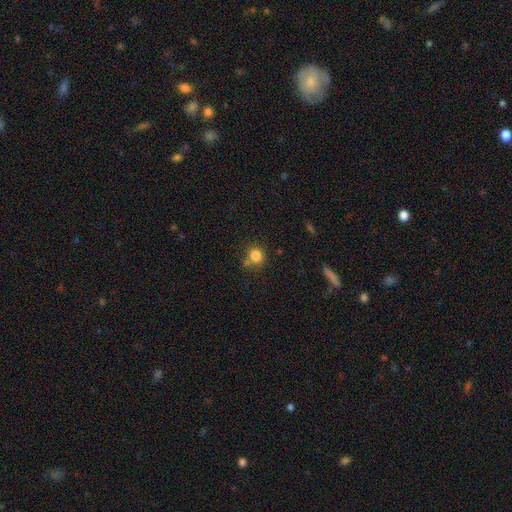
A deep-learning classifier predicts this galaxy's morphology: Q: Smooth or featured?
A: smooth (82%); runner-up: star or artifact (12%)
Q: How rounded?
A: round (80%); runner-up: in between (19%)
Q: Merging?
A: none (67%); runner-up: merger (16%)